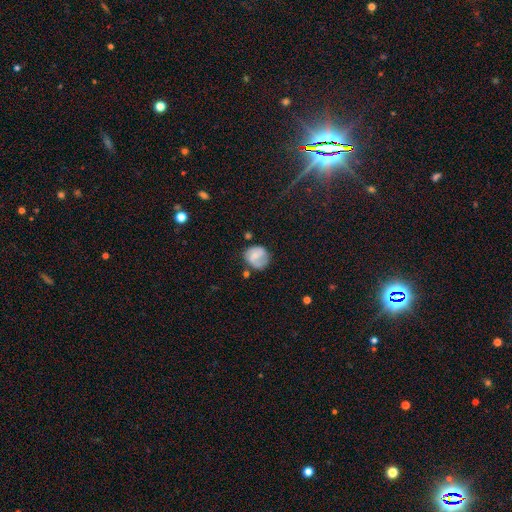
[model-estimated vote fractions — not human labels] smooth_or_featured: smooth (p=0.48) [alt: featured or disk p=0.44]
merging: none (p=0.59) [alt: minor disturbance p=0.25]